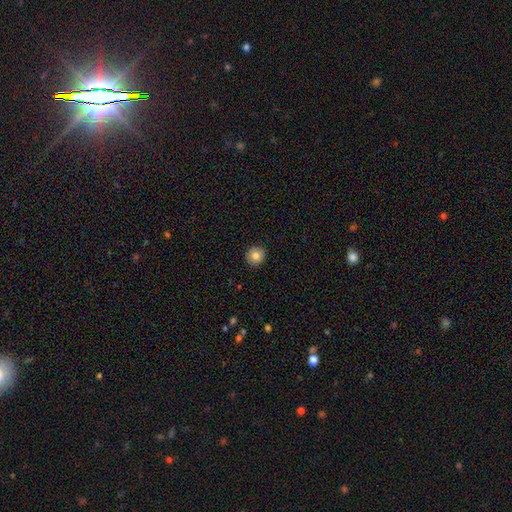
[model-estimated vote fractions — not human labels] A smooth galaxy with no disk features (81%) that is round (91%).

Vote fractions:
- Smooth or featured? smooth: 81% / featured or disk: 10% / star or artifact: 9%
- How rounded? round: 91% / in between: 8% / cigar-shaped: 1%
- Merging? none: 92% / minor disturbance: 6% / major disturbance: 2% / merger: 1%